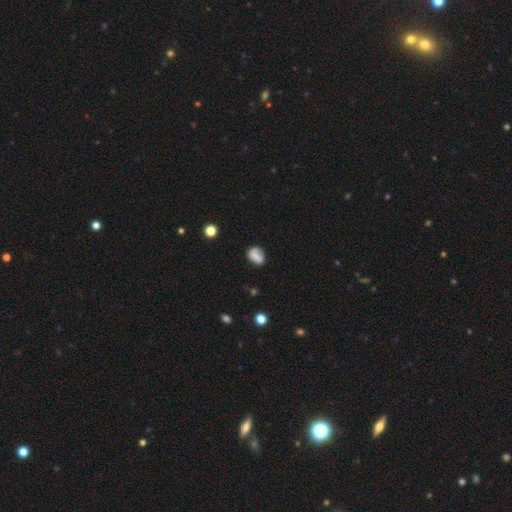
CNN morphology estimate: Smooth or featured?
  - smooth: 70% *
  - featured or disk: 19%
  - star or artifact: 10%
How rounded?
  - in between: 67% *
  - round: 31%
  - cigar-shaped: 2%
Merging?
  - none: 64% *
  - minor disturbance: 23%
  - major disturbance: 9%
  - merger: 5%